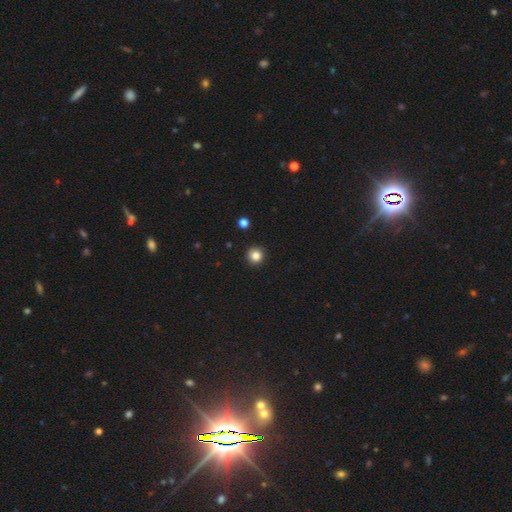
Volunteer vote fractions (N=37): smooth-or-featured: smooth: 97% | star or artifact: 3% | featured or disk: 0%
  how-rounded: round: 97% | in between: 3% | cigar-shaped: 0%
  merging: none: 97% | major disturbance: 3% | minor disturbance: 0% | merger: 0%